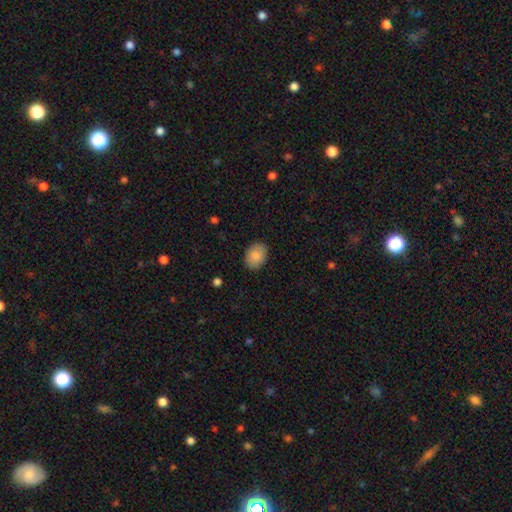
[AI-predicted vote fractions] This appears to be a smooth galaxy with no disk features (88%) that is in between round and cigar-shaped (69%). Merging: none (87%).